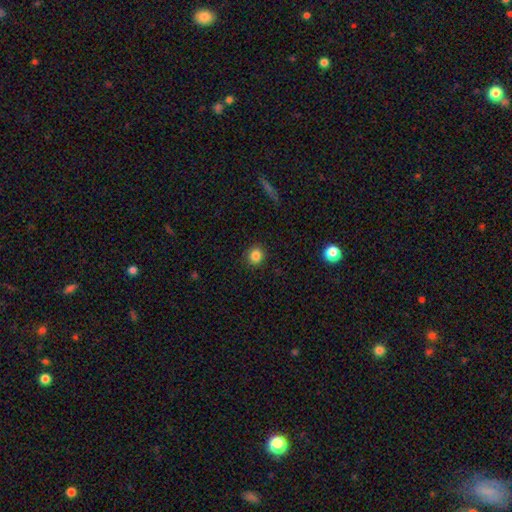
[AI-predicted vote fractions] Smooth or featured?
  - smooth: 84% *
  - star or artifact: 11%
  - featured or disk: 5%
How rounded?
  - round: 88% *
  - in between: 11%
  - cigar-shaped: 1%
Merging?
  - none: 91% *
  - minor disturbance: 6%
  - major disturbance: 2%
  - merger: 1%